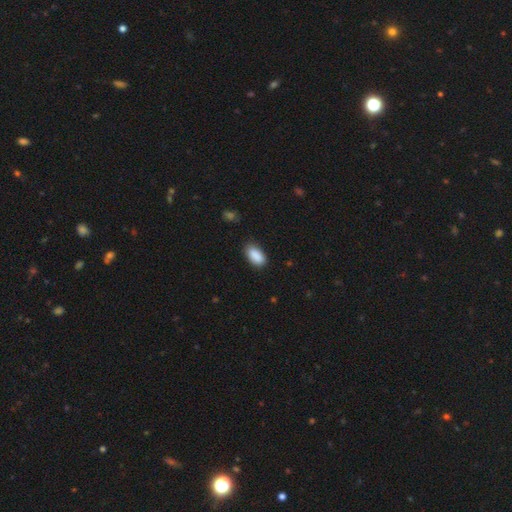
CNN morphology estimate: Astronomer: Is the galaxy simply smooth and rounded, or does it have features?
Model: smooth — 90%.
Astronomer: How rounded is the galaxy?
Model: in between — 94%.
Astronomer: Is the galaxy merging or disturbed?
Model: none — 83%.